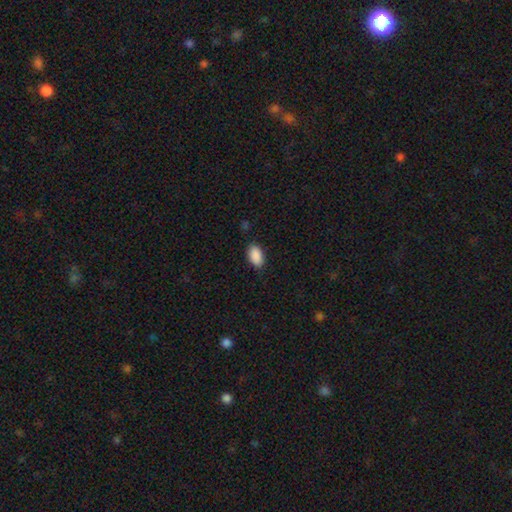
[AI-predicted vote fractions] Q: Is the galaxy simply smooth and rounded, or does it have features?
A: smooth — 90%.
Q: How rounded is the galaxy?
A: in between — 93%.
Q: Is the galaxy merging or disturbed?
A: none — 85%.